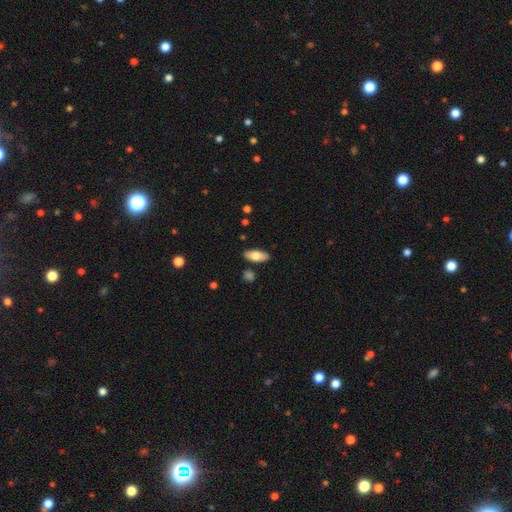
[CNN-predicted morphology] Smooth or featured: smooth — 73% (featured or disk — 21%)
How rounded: in between — 84% (cigar-shaped — 13%)
Merging: none — 85% (minor disturbance — 10%)